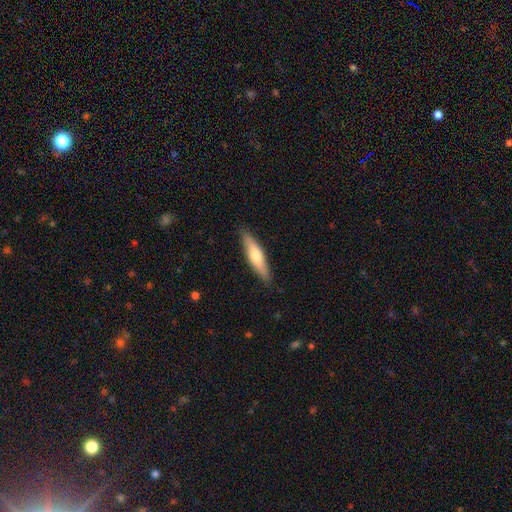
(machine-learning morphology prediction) smooth-or-featured: smooth: 57% | featured or disk: 37% | star or artifact: 5%
  how-rounded: cigar-shaped: 77% | in between: 22% | round: 2%
  merging: none: 88% | minor disturbance: 10% | major disturbance: 2% | merger: 1%